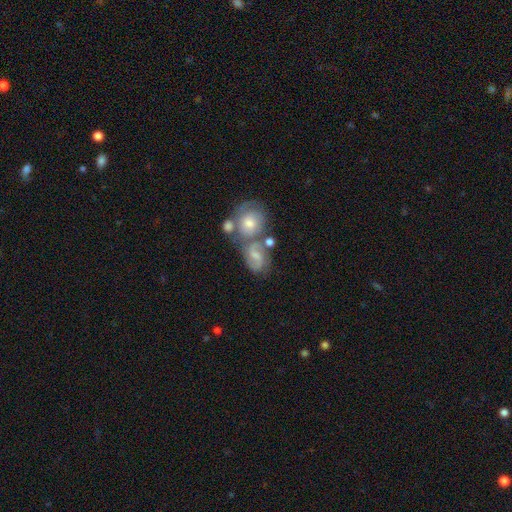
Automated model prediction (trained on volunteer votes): A featured or disk galaxy (66%) with a weak bar (50%), 2 (86%) medium (55%) spiral arms (91%) and a small central bulge (51%). Merging: none (43%).